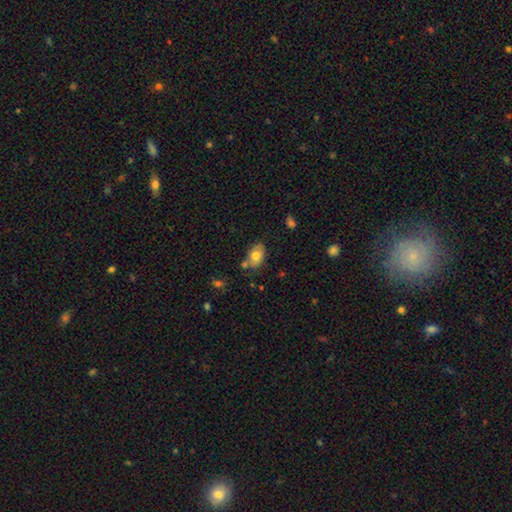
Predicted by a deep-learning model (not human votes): Overall: smooth (75%). How rounded: in between (85%). Merging: none (63%).